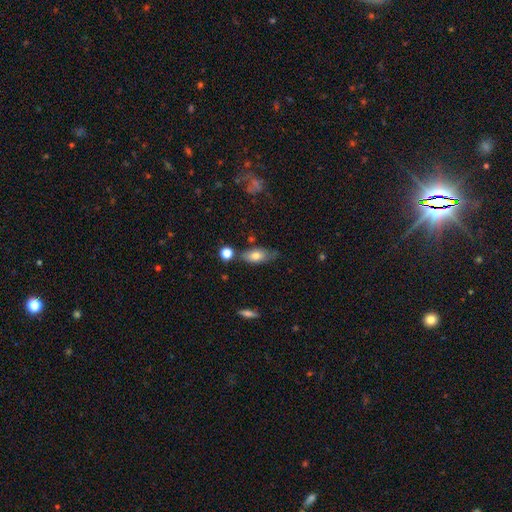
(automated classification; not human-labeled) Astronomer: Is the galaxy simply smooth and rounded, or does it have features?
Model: smooth — 71%.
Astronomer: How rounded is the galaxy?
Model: in between — 82%.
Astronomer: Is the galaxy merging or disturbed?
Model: none — 61%.